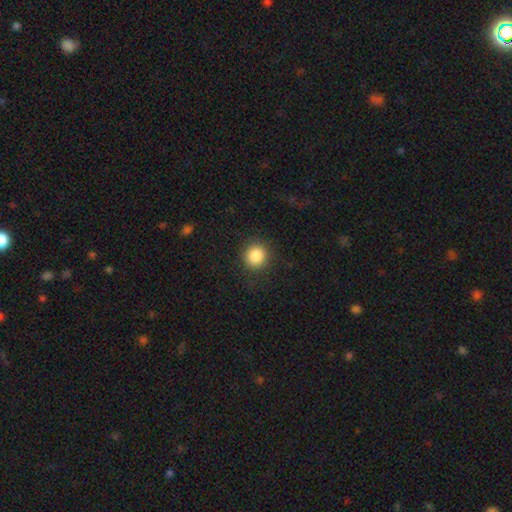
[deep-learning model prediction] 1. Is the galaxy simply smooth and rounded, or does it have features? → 86% smooth, 10% star or artifact, 4% featured or disk.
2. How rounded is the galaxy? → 91% round, 8% in between, 1% cigar-shaped.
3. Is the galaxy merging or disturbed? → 89% none, 7% minor disturbance, 3% major disturbance, 1% merger.